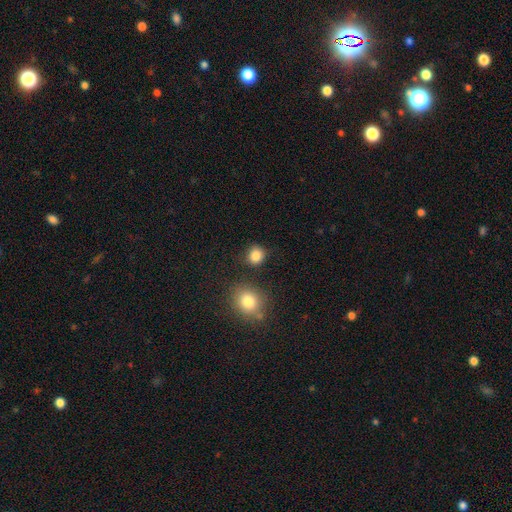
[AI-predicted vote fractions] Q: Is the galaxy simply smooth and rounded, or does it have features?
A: smooth — 84%.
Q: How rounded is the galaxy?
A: round — 84%.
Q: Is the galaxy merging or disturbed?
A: none — 82%.